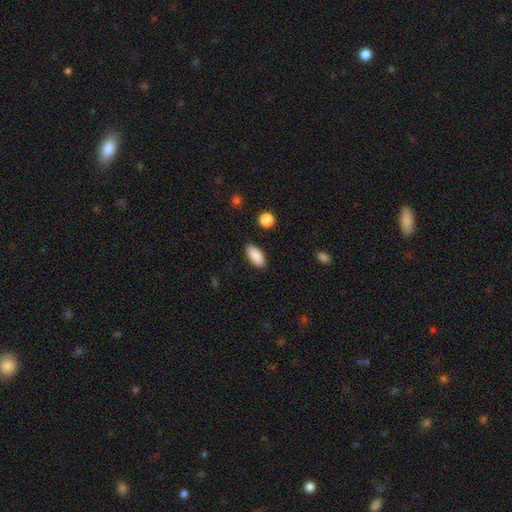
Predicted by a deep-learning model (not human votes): A smooth galaxy with no disk features (89%) that is in between round and cigar-shaped (86%). Merging: none (88%).